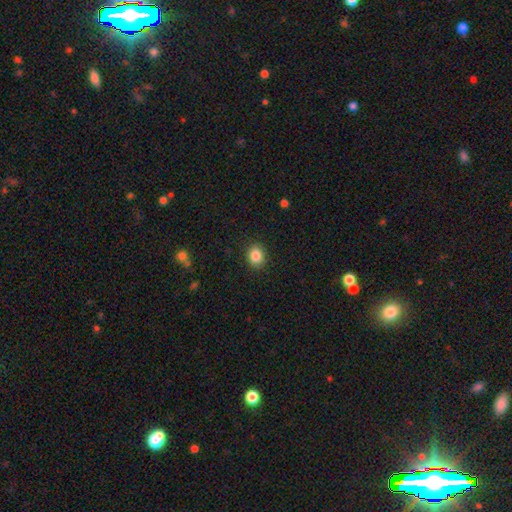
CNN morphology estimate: This appears to be a smooth galaxy with no disk features (85%) that is round (61%). Merging: none (89%).